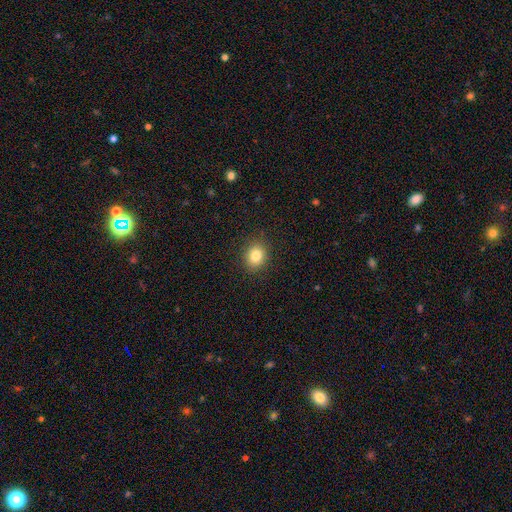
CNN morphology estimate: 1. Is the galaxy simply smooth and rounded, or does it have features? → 82% smooth, 11% star or artifact, 7% featured or disk.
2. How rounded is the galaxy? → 65% round, 35% in between, 1% cigar-shaped.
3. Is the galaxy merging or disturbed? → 90% none, 7% minor disturbance, 2% major disturbance, 1% merger.